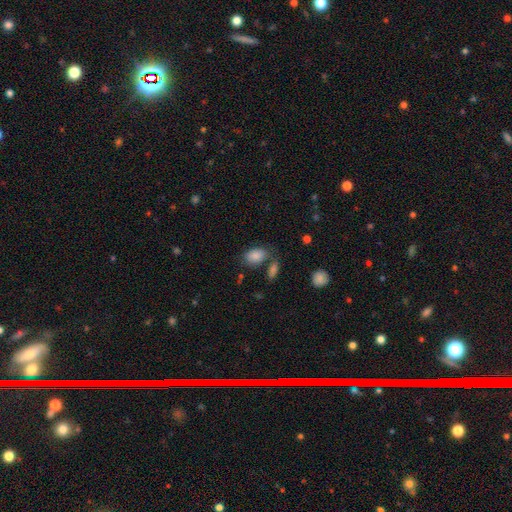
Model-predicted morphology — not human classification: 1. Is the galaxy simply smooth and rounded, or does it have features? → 85% smooth, 8% star or artifact, 7% featured or disk.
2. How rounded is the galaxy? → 87% in between, 12% round, 2% cigar-shaped.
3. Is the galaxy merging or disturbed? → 60% none, 17% minor disturbance, 16% merger, 6% major disturbance.